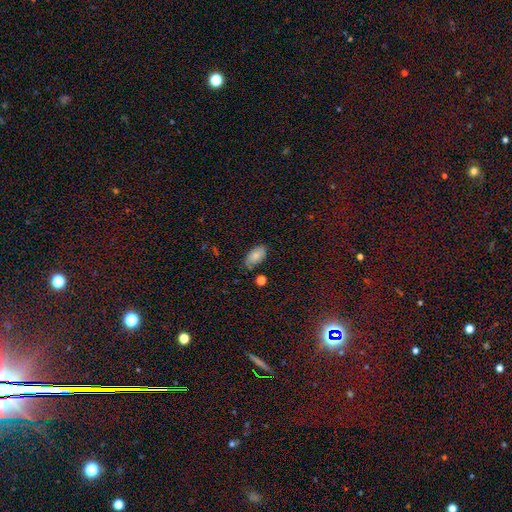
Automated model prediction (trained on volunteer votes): smooth_or_featured: smooth (p=0.78) [alt: featured or disk p=0.12]
how_rounded: in between (p=0.93) [alt: round p=0.04]
merging: none (p=0.71) [alt: minor disturbance p=0.22]